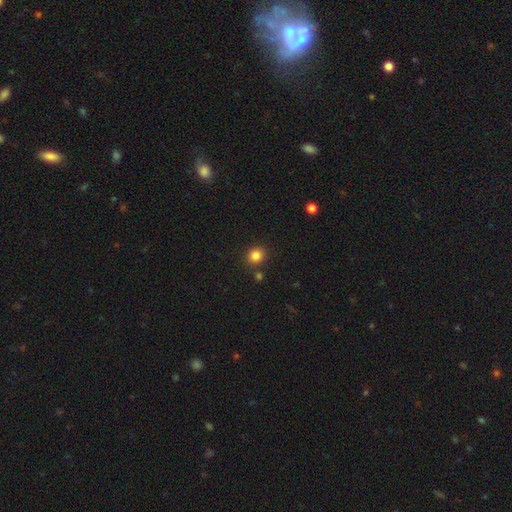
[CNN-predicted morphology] smooth 84%, star or artifact 12%, featured or disk 5%. Down the decision tree: how rounded — round (85%); merging — none (85%).